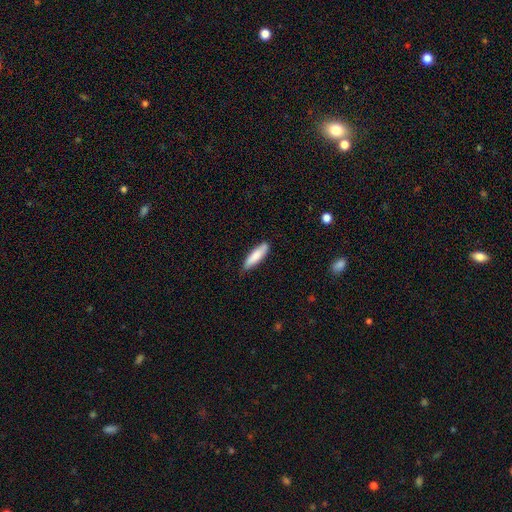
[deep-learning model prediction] Morphology: type=smooth (83%); roundness=cigar-shaped (63%); merging=none (78%).